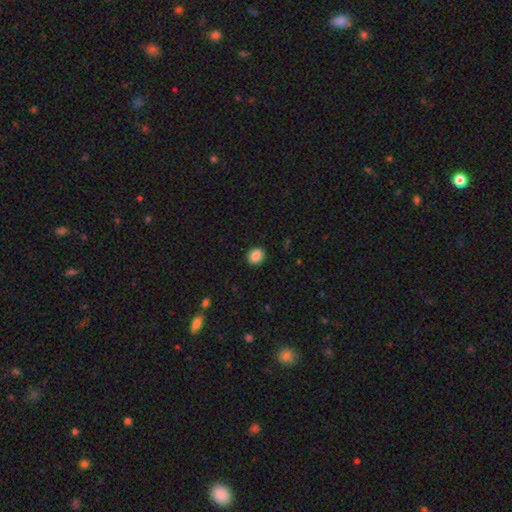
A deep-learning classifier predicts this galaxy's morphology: Q: Smooth or featured?
A: smooth (87%); runner-up: star or artifact (9%)
Q: How rounded?
A: round (68%); runner-up: in between (31%)
Q: Merging?
A: none (91%); runner-up: minor disturbance (7%)